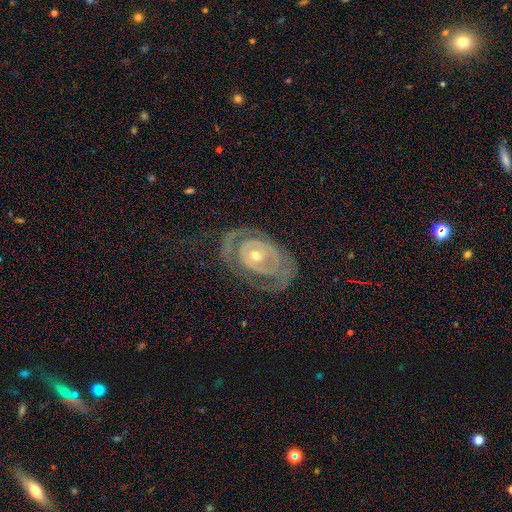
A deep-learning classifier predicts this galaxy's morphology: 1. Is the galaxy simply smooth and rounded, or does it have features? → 84% featured or disk, 10% smooth, 6% star or artifact.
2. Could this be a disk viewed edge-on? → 95% no, 5% yes.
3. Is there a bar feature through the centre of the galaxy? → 74% no, 18% weak, 8% strong.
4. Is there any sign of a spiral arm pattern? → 82% yes, 18% no.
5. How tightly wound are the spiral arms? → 72% tight, 20% medium, 8% loose.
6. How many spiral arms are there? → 39% 2, 30% can't tell, 14% 1, 9% 3, 4% 4, 4% more than 4.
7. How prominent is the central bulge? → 52% small, 44% moderate, 2% large, 1% none, 1% dominant.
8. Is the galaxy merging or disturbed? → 60% none, 20% minor disturbance, 18% major disturbance, 2% merger.